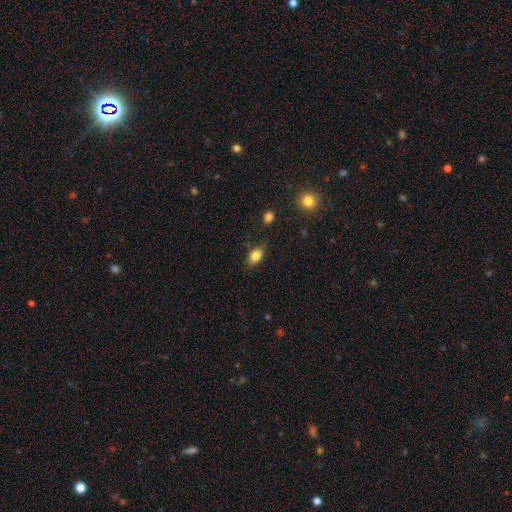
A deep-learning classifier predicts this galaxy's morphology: type=smooth (82%); roundness=in between (83%); merging=none (77%).